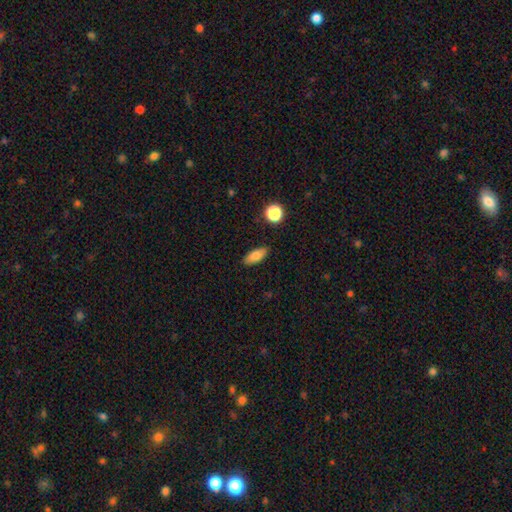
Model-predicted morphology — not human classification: A smooth galaxy with no disk features (81%) that is in between round and cigar-shaped (80%). Merging: none (86%).